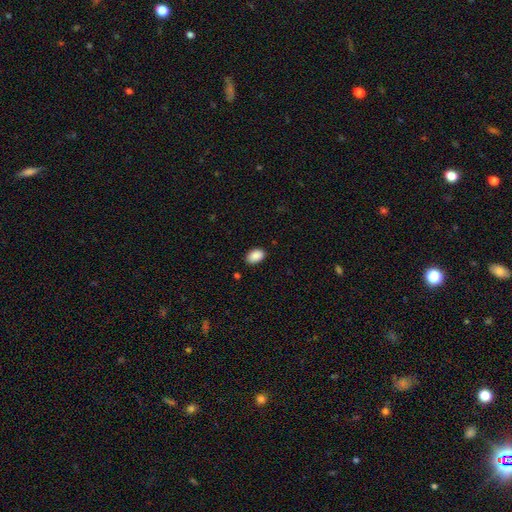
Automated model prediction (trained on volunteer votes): smooth_or_featured: smooth (p=0.90) [alt: star or artifact p=0.07]
how_rounded: in between (p=0.88) [alt: round p=0.11]
merging: none (p=0.87) [alt: minor disturbance p=0.10]